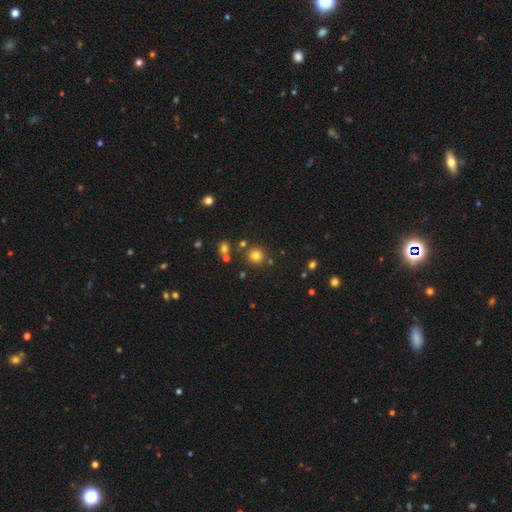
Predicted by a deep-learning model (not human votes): smooth-or-featured: smooth: 77% | star or artifact: 16% | featured or disk: 6%
  how-rounded: round: 92% | in between: 7% | cigar-shaped: 1%
  merging: none: 83% | minor disturbance: 8% | merger: 7% | major disturbance: 3%